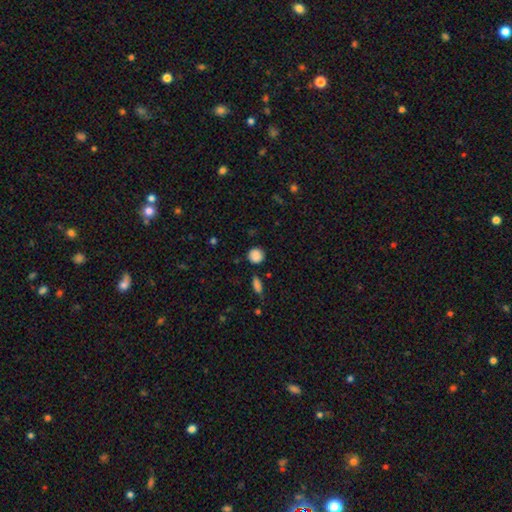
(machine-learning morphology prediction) The model was most divided on "merging": none: 81%, minor disturbance: 13%, merger: 3%, major disturbance: 3%. More confident: how rounded — round (90%); smooth or featured — smooth (85%).